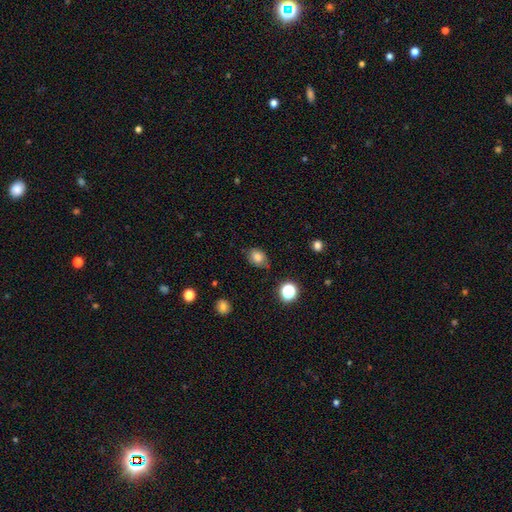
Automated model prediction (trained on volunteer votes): Smooth or featured? smooth (78%)
How rounded? in between (54%)
Merging? none (70%)